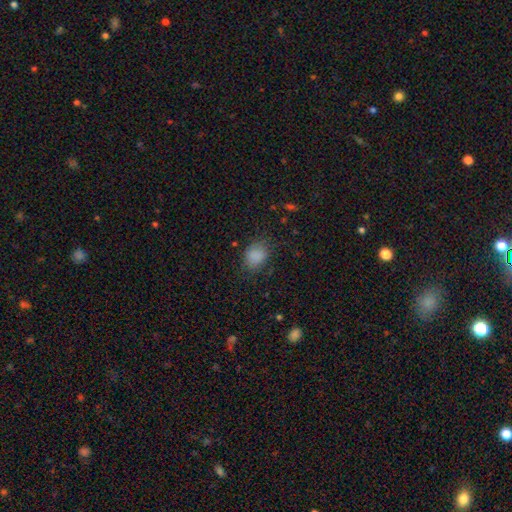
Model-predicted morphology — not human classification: Smooth or featured?
  - smooth: 85% *
  - star or artifact: 10%
  - featured or disk: 5%
How rounded?
  - in between: 59% *
  - round: 40%
  - cigar-shaped: 1%
Merging?
  - none: 71% *
  - minor disturbance: 20%
  - major disturbance: 8%
  - merger: 1%